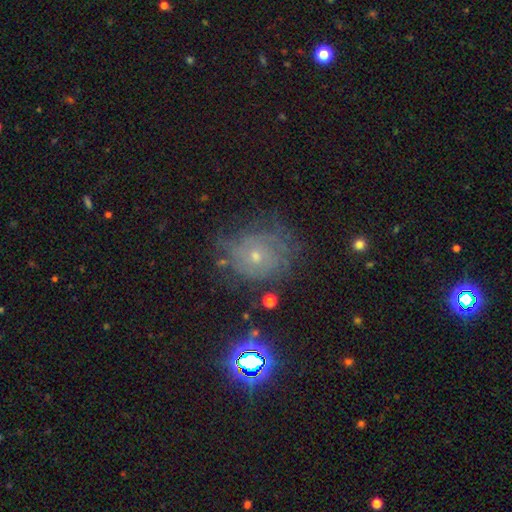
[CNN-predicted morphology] This is possibly a featured or disk galaxy (47%). Merging: likely none (68%).